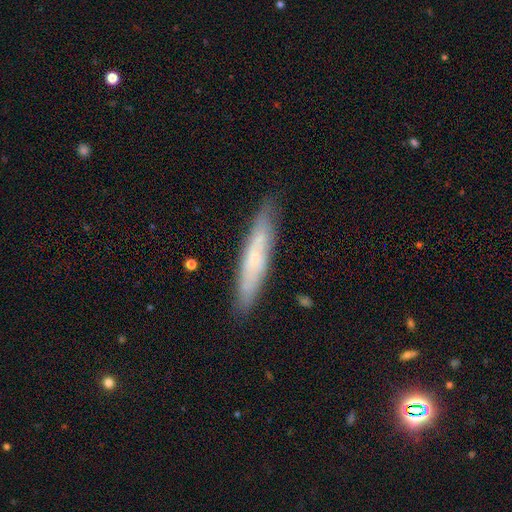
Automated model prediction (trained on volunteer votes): This is possibly a featured or disk galaxy (47%). Merging: clearly none (85%).